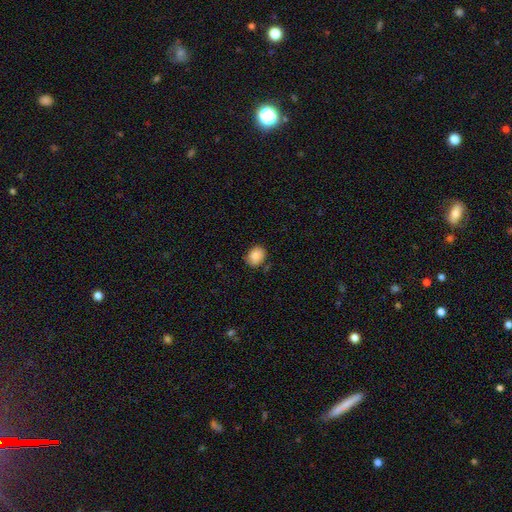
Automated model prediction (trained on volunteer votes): Overall: smooth (87%). How rounded: round (55%; in between 44%). Merging: none (75%).